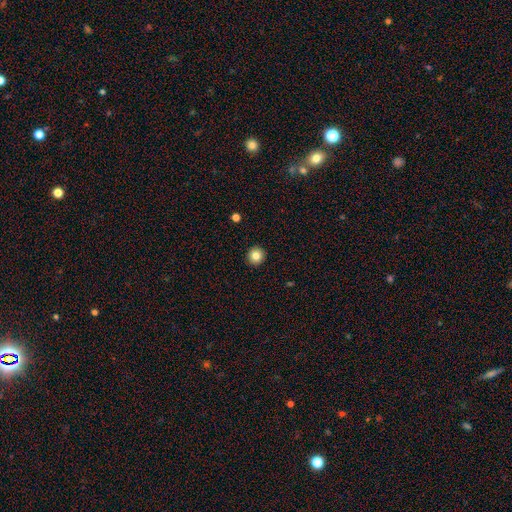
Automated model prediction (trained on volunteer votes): This appears to be a smooth galaxy with no disk features (83%) that is round (95%). Merging: none (93%).